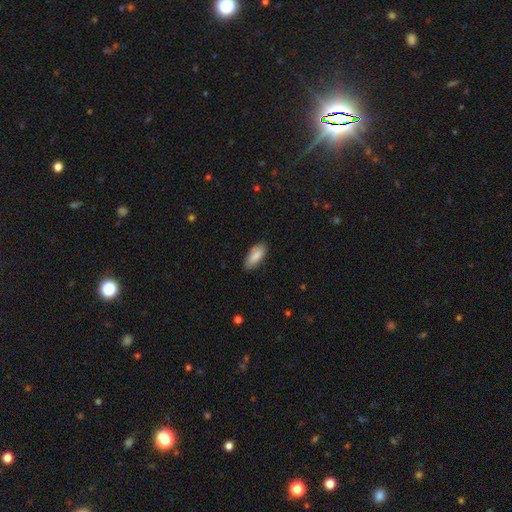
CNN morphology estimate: Smooth or featured? smooth (87%)
How rounded? in between (80%)
Merging? none (85%)